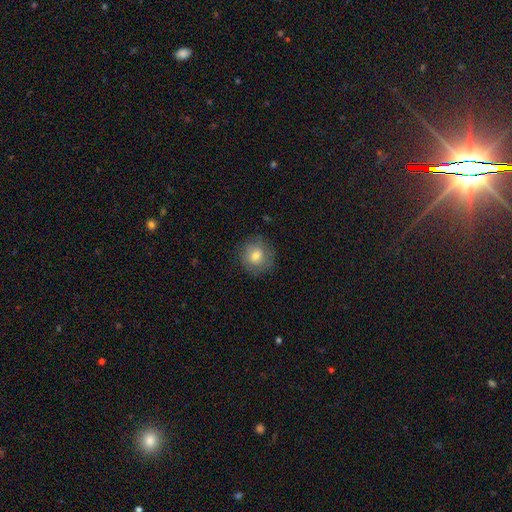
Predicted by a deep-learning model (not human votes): Smooth or featured? smooth (74%)
How rounded? round (86%)
Merging? none (82%)